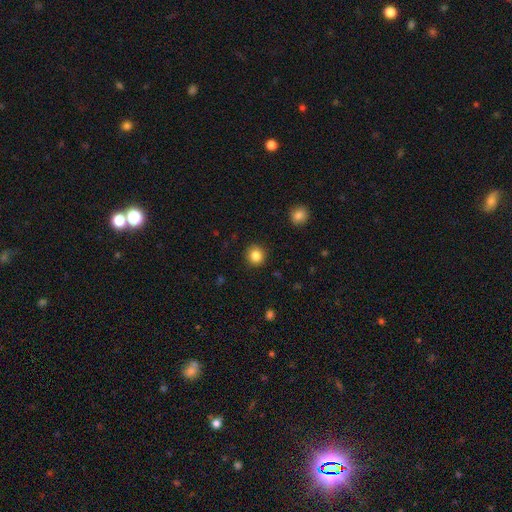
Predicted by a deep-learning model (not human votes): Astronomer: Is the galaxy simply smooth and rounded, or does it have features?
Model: smooth — 85%.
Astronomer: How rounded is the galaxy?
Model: round — 93%.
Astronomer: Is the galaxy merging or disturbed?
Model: none — 91%.